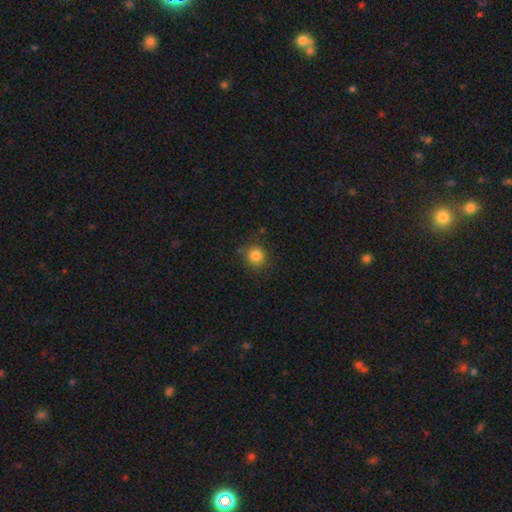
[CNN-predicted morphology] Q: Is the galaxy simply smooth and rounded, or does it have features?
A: smooth — 83%.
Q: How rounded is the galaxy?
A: round — 91%.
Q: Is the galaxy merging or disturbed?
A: none — 83%.